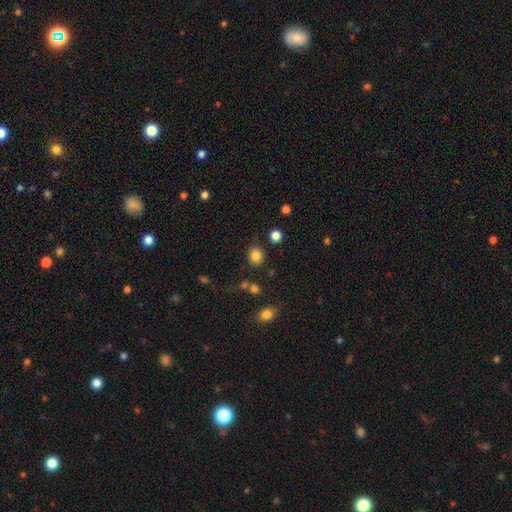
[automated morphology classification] Smooth or featured: smooth — 84% (star or artifact — 11%)
How rounded: round — 67% (in between — 32%)
Merging: none — 84% (minor disturbance — 9%)